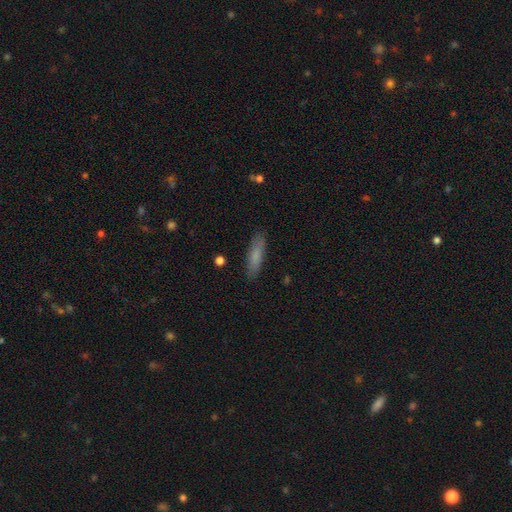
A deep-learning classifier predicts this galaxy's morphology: Smooth or featured? Predicted: smooth (p=0.77). How rounded? Predicted: cigar-shaped (p=0.73). Merging? Predicted: none (p=0.86).